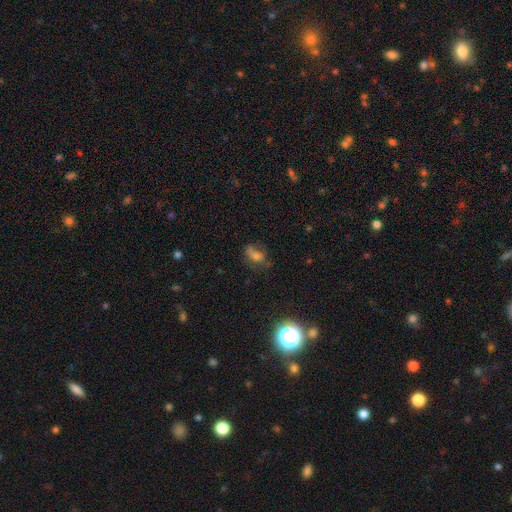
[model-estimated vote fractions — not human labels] The model was most divided on "merging": none: 41%, major disturbance: 25%, minor disturbance: 24%, merger: 11%. More confident: how rounded — in between (75%); smooth or featured — smooth (57%).